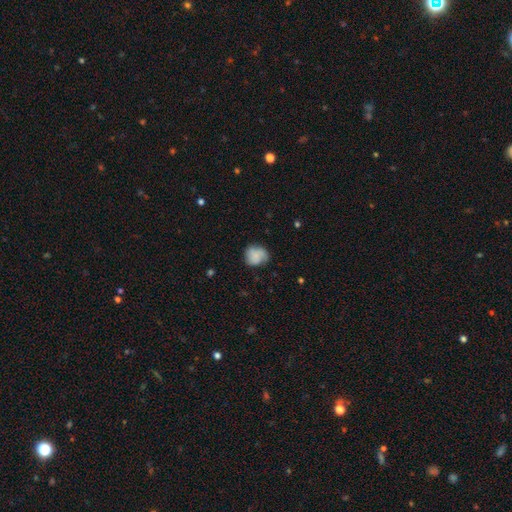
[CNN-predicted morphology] smooth_or_featured: smooth (p=0.73) [alt: featured or disk p=0.19]
how_rounded: round (p=0.69) [alt: in between p=0.30]
merging: none (p=0.60) [alt: minor disturbance p=0.28]